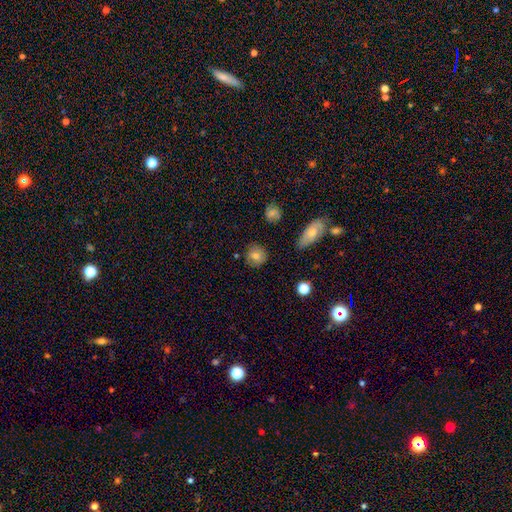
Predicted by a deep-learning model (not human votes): Smooth or featured? smooth (75%)
How rounded? round (81%)
Merging? none (80%)